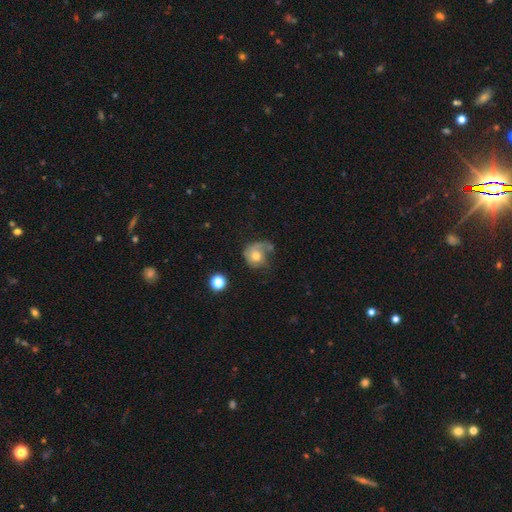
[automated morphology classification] Smooth or featured: featured or disk — 48% (smooth — 43%)
Merging: none — 36% (major disturbance — 33%)